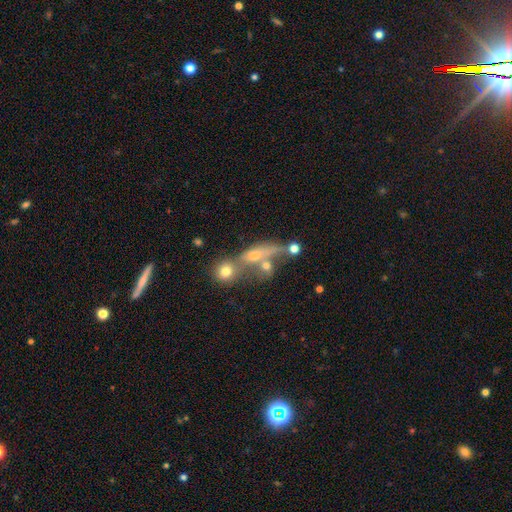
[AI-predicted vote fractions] Overall: smooth (46%; featured or disk 37%). Merging: merger (43%; none 29%).